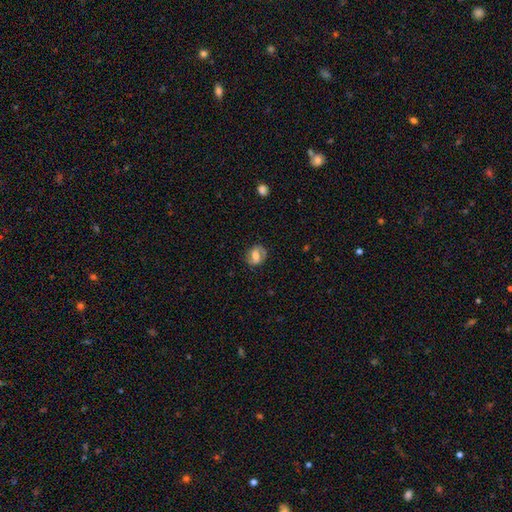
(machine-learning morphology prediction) Overall: smooth (46%; featured or disk 45%). Merging: none (77%).